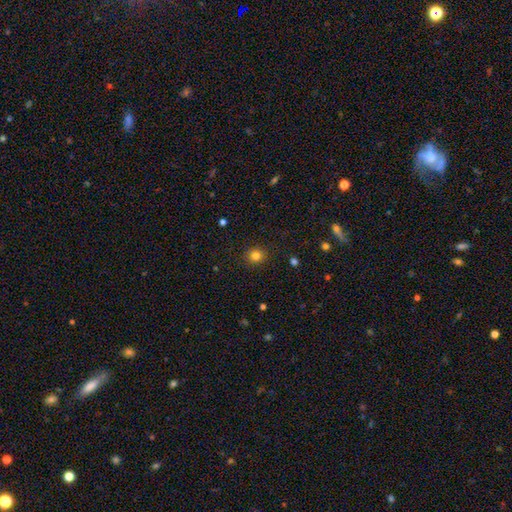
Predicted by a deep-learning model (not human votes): Smooth or featured: smooth — 81% (star or artifact — 13%)
How rounded: round — 83% (in between — 17%)
Merging: none — 89% (minor disturbance — 7%)